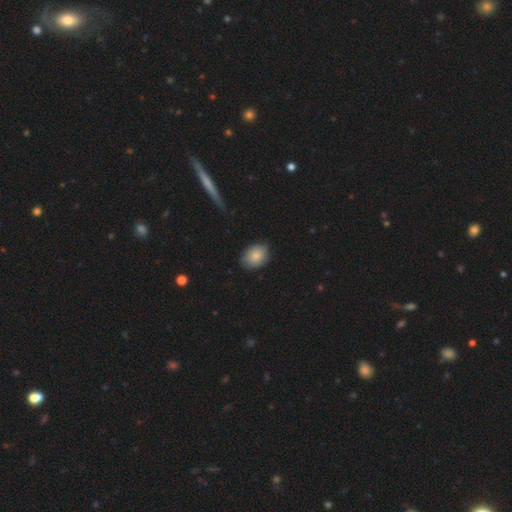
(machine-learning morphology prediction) This appears to be a smooth galaxy with no disk features (84%) that is in between round and cigar-shaped (68%). Merging: none (81%).